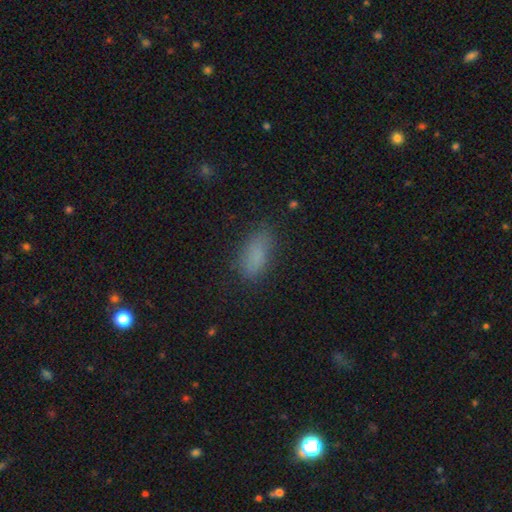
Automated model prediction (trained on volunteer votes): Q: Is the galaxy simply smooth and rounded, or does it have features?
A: smooth — 83%.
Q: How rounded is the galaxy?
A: in between — 85%.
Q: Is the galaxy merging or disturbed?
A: none — 77%.